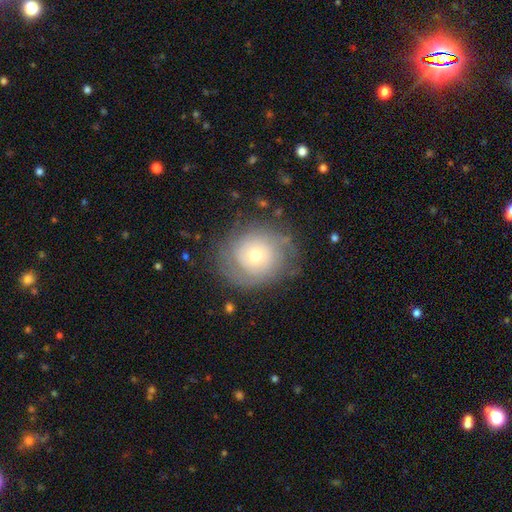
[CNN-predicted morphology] Smooth or featured?
  - featured or disk: 58% *
  - smooth: 33%
  - star or artifact: 10%
Edge-on disk?
  - no: 97% *
  - yes: 3%
Bar?
  - no: 84% *
  - weak: 13%
  - strong: 3%
Spiral arms?
  - yes: 77% *
  - no: 23%
Bulge size?
  - moderate: 51% *
  - small: 42%
  - large: 5%
  - dominant: 1%
  - none: 1%
Merging?
  - none: 75% *
  - minor disturbance: 15%
  - major disturbance: 8%
  - merger: 1%